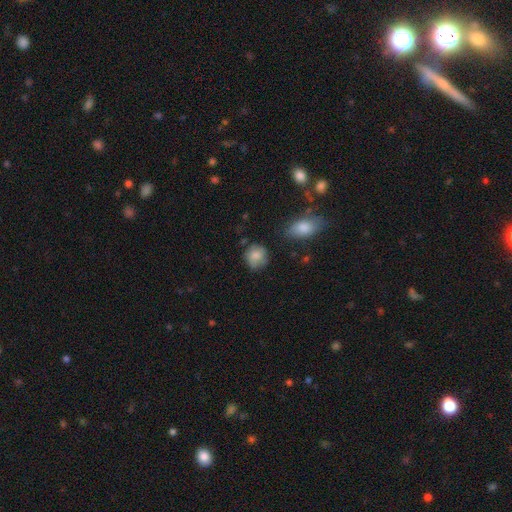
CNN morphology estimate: Smooth or featured? Predicted: smooth (p=0.80). How rounded? Predicted: round (p=0.75). Merging? Predicted: none (p=0.61).